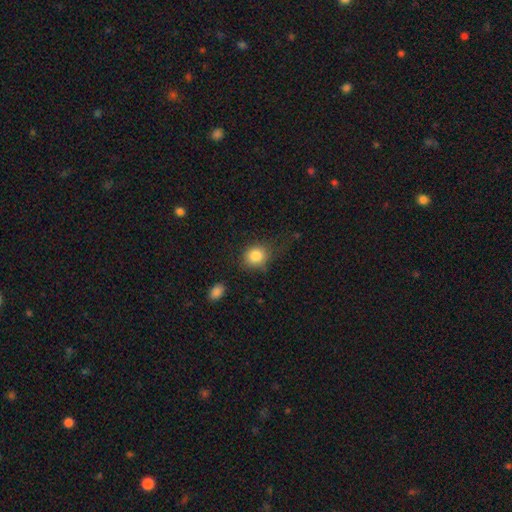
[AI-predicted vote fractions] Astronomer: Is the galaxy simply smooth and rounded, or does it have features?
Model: smooth — 84%.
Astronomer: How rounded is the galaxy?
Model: round — 74%.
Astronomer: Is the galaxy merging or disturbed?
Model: none — 68%.